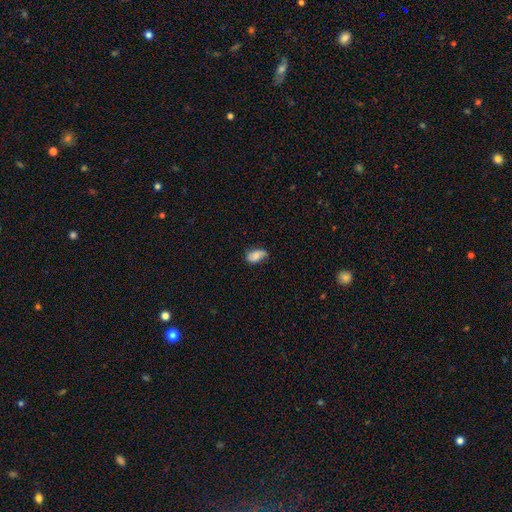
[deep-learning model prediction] Smooth or featured: smooth — 61% (featured or disk — 30%)
How rounded: in between — 89% (round — 8%)
Merging: none — 60% (minor disturbance — 31%)